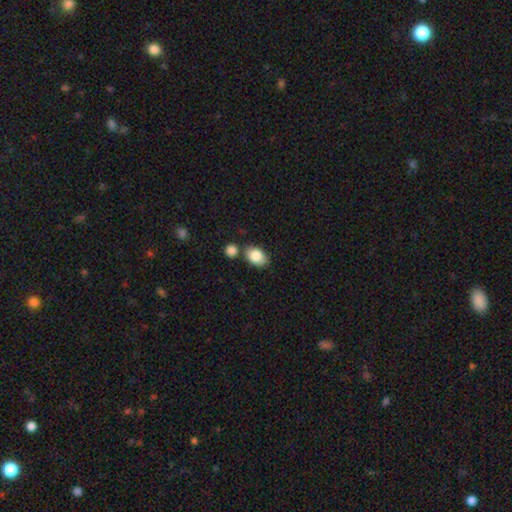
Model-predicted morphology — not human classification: Smooth or featured?
  - smooth: 84% *
  - featured or disk: 10%
  - star or artifact: 7%
How rounded?
  - in between: 84% *
  - round: 14%
  - cigar-shaped: 1%
Merging?
  - none: 70% *
  - merger: 14%
  - minor disturbance: 13%
  - major disturbance: 3%